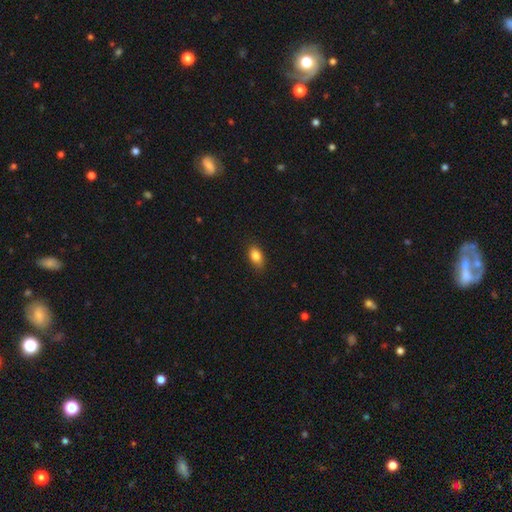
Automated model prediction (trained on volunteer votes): Overall: smooth (84%). How rounded: in between (86%). Merging: none (84%).